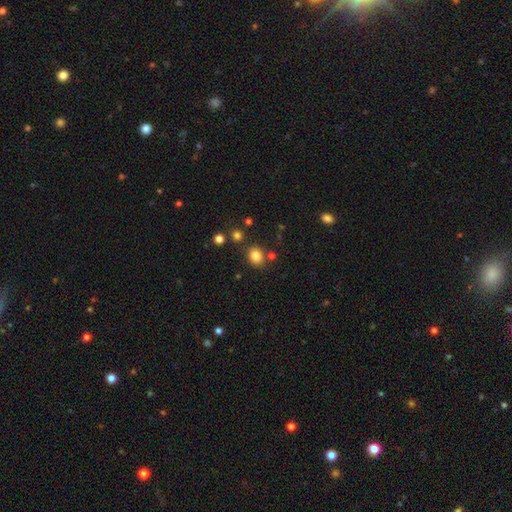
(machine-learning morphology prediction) Overall: smooth (82%). How rounded: round (67%; in between 32%). Merging: none (80%).